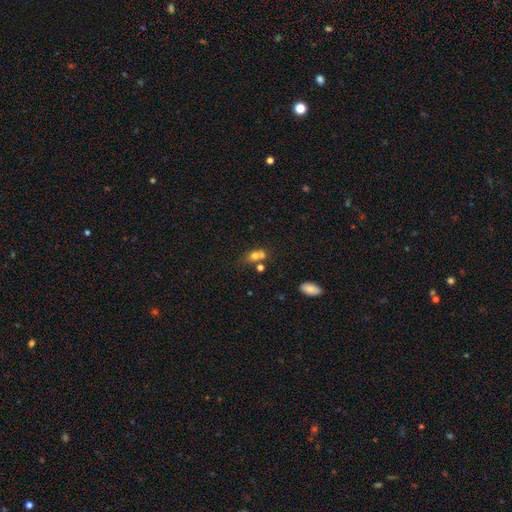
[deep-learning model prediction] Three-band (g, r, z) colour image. It shows a smooth galaxy with no disk features (70%) that is in between round and cigar-shaped (57%). Merging: merger (50%).